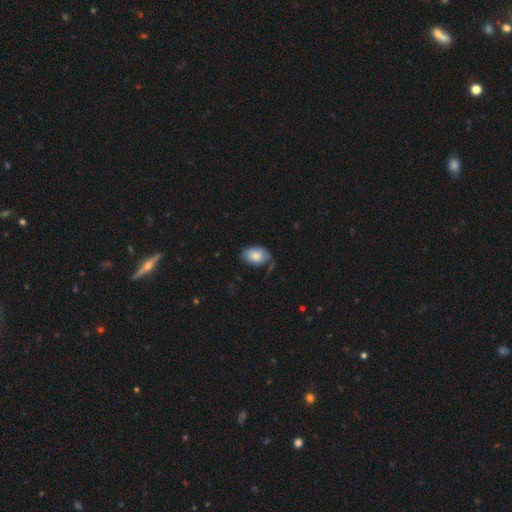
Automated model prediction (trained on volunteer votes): Morphology: type=smooth (80%); roundness=in between (88%); merging=none (67%).